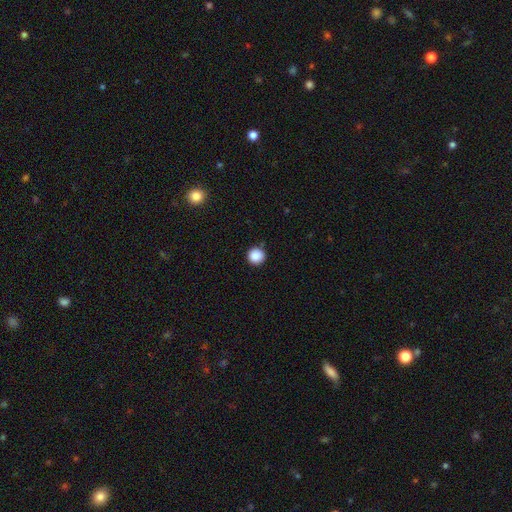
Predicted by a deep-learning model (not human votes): A smooth galaxy with no disk features (88%) that is round (96%).

Vote fractions:
- Smooth or featured? smooth: 88% / star or artifact: 10% / featured or disk: 3%
- How rounded? round: 96% / in between: 3% / cigar-shaped: 1%
- Merging? none: 90% / minor disturbance: 6% / major disturbance: 2% / merger: 1%